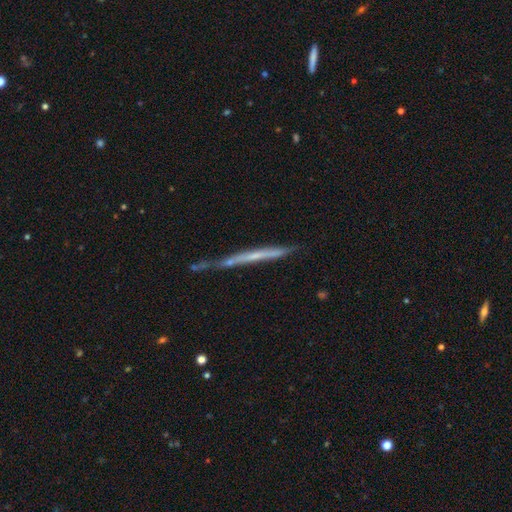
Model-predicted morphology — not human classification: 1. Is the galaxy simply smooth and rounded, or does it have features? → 58% featured or disk, 34% smooth, 8% star or artifact.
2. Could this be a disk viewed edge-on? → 93% yes, 7% no.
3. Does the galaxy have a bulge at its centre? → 85% none, 10% rounded, 5% boxy.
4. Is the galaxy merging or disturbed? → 61% none, 24% minor disturbance, 8% major disturbance, 7% merger.